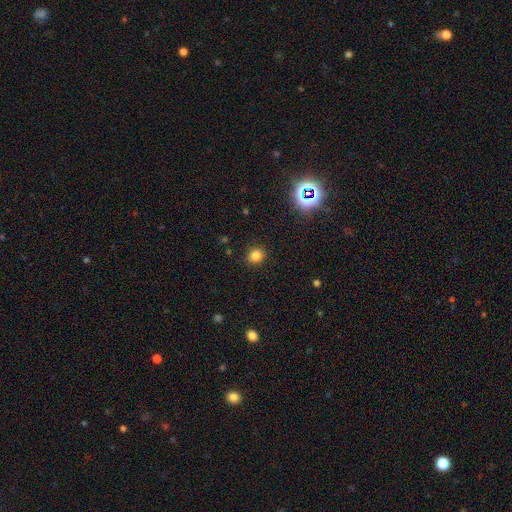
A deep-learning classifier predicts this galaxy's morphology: This is likely a smooth galaxy (80%). How rounded: clearly round (85%). Merging: clearly none (90%).